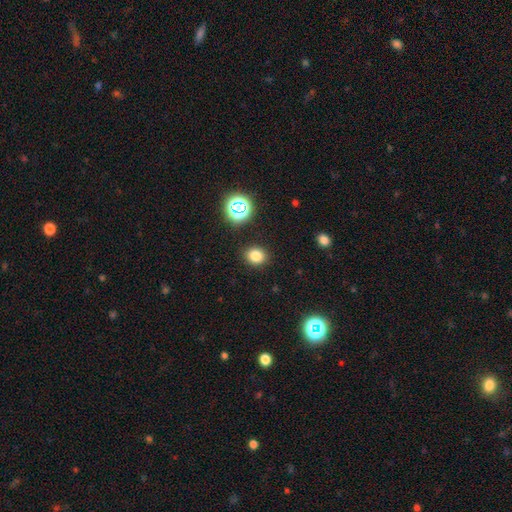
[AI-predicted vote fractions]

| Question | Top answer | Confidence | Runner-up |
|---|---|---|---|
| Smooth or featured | smooth | 78% | star or artifact (16%) |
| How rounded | round | 66% | in between (33%) |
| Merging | none | 88% | minor disturbance (7%) |